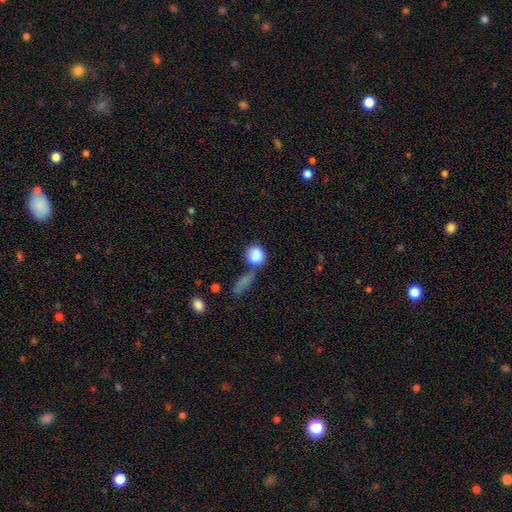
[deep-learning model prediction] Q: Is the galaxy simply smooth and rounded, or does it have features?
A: smooth — 84%.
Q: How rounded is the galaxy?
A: round — 71%.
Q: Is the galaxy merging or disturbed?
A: none — 40%.